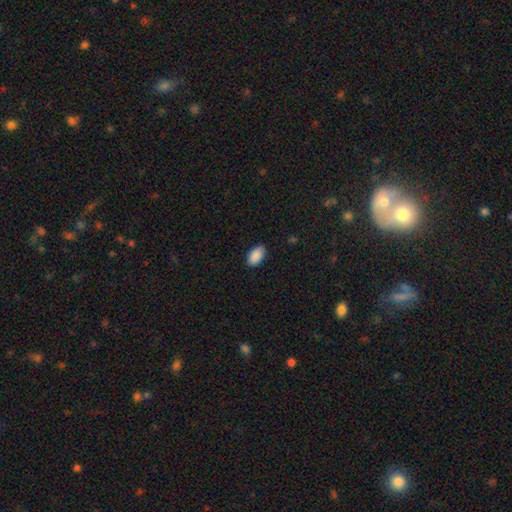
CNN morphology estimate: Overall: smooth (90%). How rounded: in between (95%). Merging: none (87%).